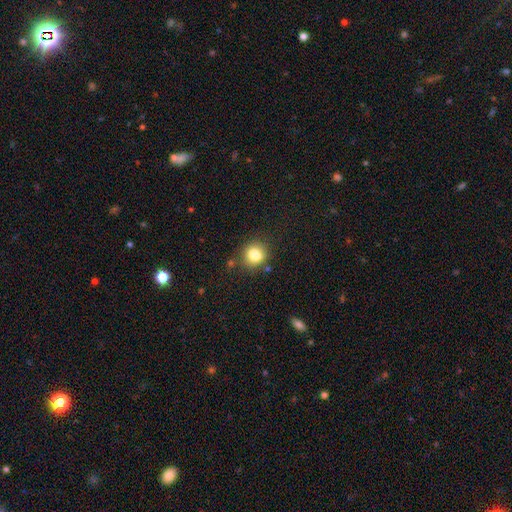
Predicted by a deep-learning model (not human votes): This appears to be a smooth galaxy with no disk features (81%) that is round (66%). Merging: none (75%).